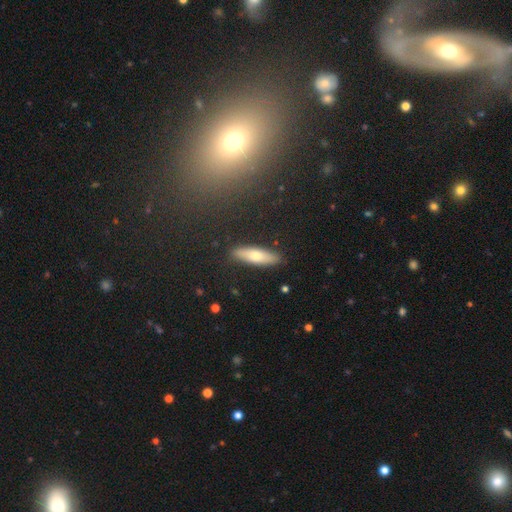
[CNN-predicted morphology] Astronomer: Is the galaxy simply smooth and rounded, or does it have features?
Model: smooth — 69%.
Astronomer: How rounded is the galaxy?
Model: cigar-shaped — 61% (runner-up: in between, 37%).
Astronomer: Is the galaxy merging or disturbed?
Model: none — 87%.